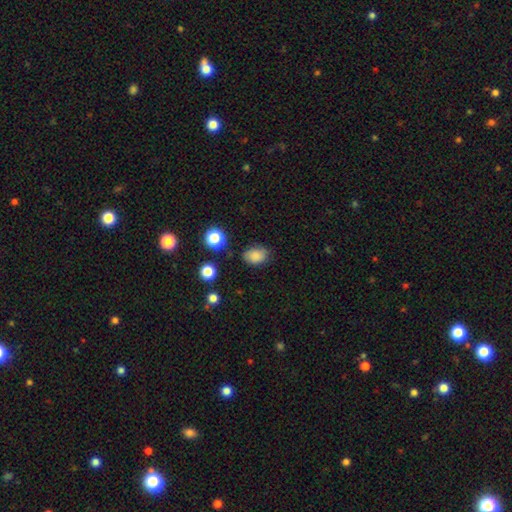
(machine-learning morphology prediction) Smooth or featured: smooth — 83% (star or artifact — 11%)
How rounded: in between — 75% (round — 24%)
Merging: none — 74% (minor disturbance — 19%)